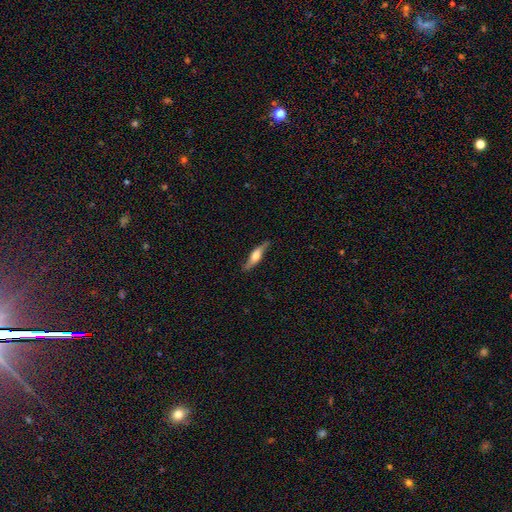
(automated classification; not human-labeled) Smooth or featured? Predicted: featured or disk (p=0.55). Edge-on disk? Predicted: yes (p=0.80). Merging? Predicted: none (p=0.78).